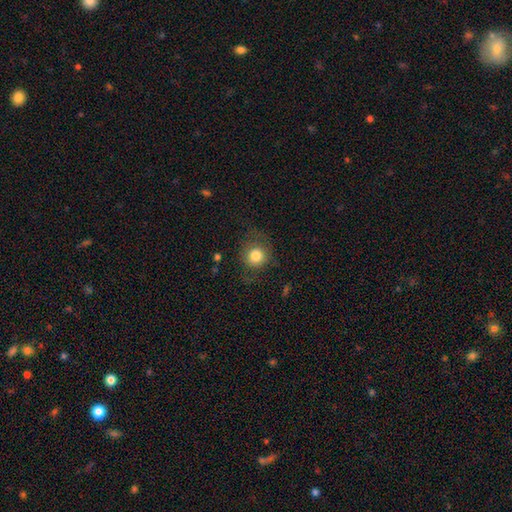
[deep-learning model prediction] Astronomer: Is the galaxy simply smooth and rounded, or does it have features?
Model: smooth — 80%.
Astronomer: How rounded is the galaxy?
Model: round — 88%.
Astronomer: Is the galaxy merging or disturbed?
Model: none — 71%.